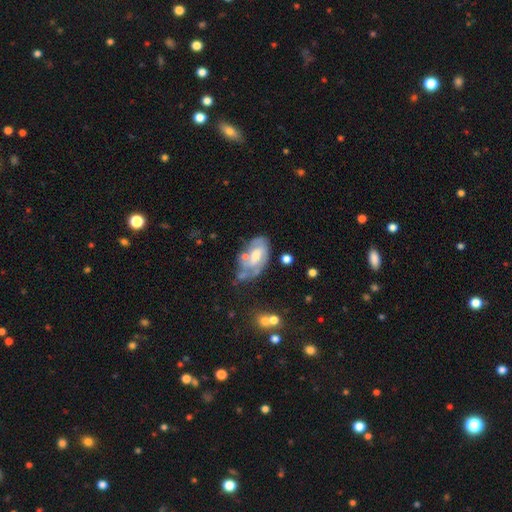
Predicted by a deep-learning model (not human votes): featured or disk 60%, smooth 33%, star or artifact 7%. Down the decision tree: edge-on disk — no (94%); bar — no (49%); spiral arms — yes (61%); bulge size — moderate (53%); merging — none (38%).